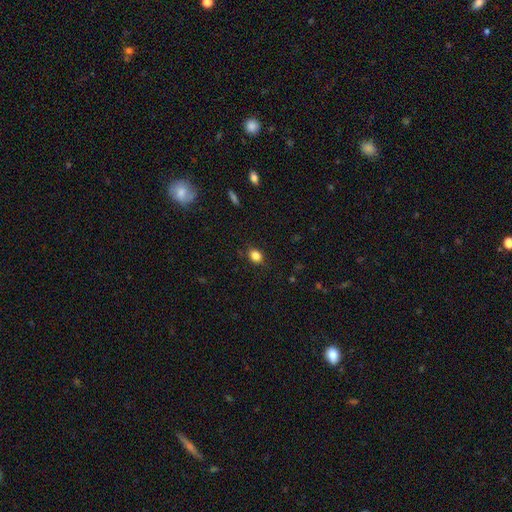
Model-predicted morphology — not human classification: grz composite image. It shows a smooth galaxy with no disk features (84%) that is in between round and cigar-shaped (52%). Merging: none (84%).